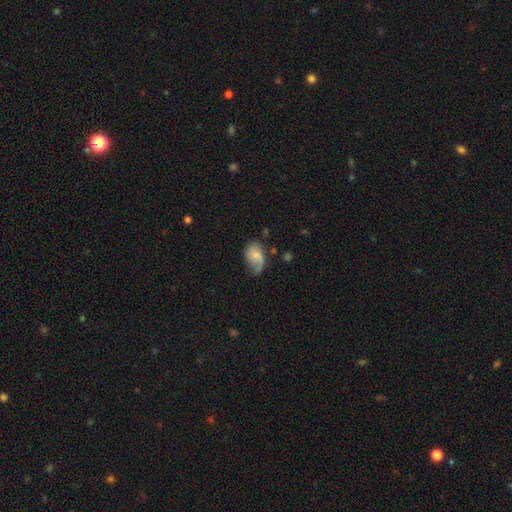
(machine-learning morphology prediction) Smooth or featured? smooth (53%)
How rounded? in between (83%)
Merging? none (39%)